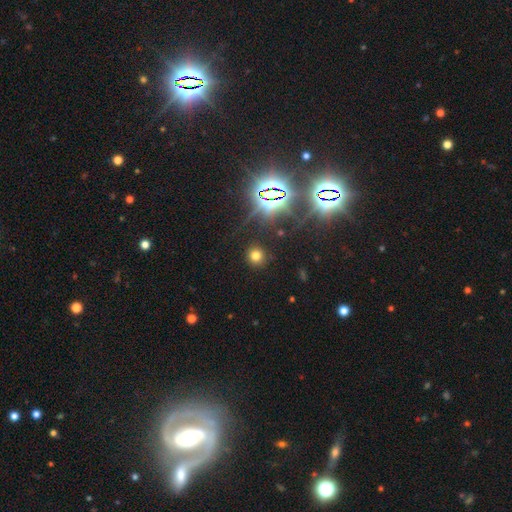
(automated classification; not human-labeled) This appears to be a smooth galaxy with no disk features (67%) that is round (91%). Merging: none (89%).